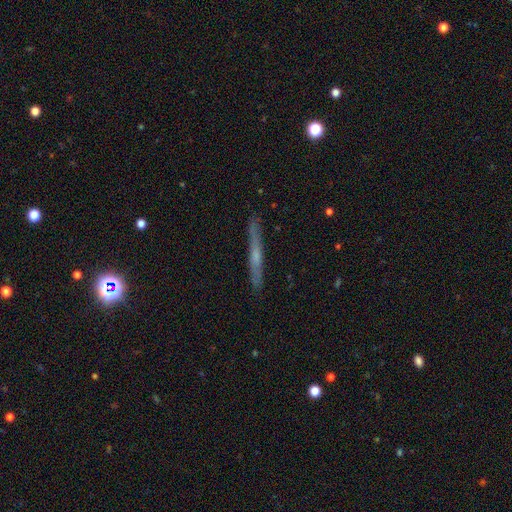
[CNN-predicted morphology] A featured or disk galaxy (59%) viewed edge-on (96%) with no central bulge (49%).

Vote fractions:
- Smooth or featured? featured or disk: 59% / smooth: 34% / star or artifact: 7%
- Edge-on disk? yes: 96% / no: 4%
- Edge-on bulge? none: 49% / rounded: 43% / boxy: 8%
- Merging? none: 89% / minor disturbance: 8% / major disturbance: 1% / merger: 1%